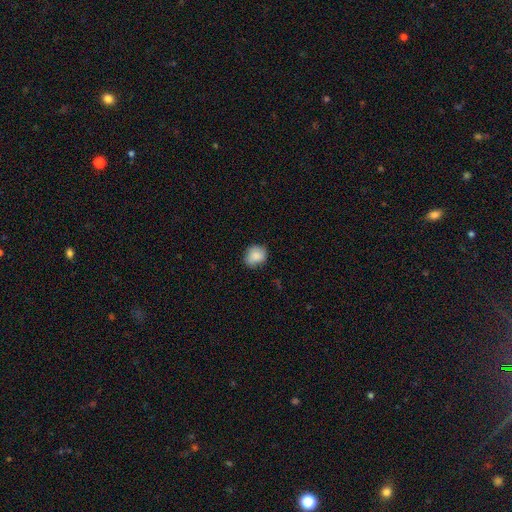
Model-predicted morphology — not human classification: Smooth or featured: smooth — 86% (star or artifact — 8%)
How rounded: round — 67% (in between — 32%)
Merging: none — 76% (minor disturbance — 20%)